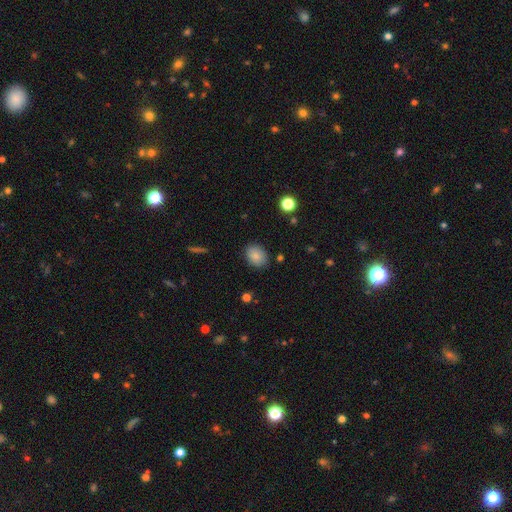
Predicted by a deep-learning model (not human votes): Smooth or featured? Predicted: smooth (p=0.84). How rounded? Predicted: in between (p=0.63). Merging? Predicted: none (p=0.86).